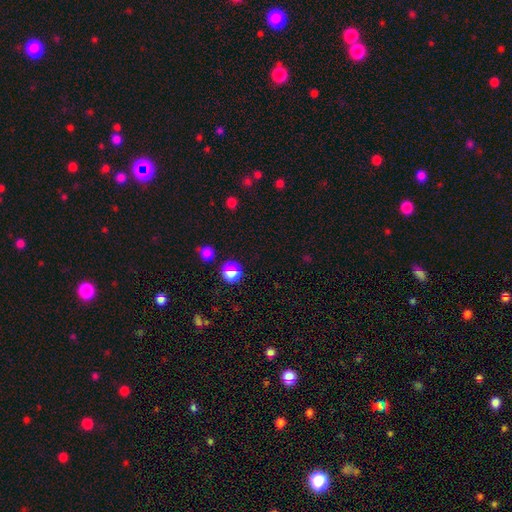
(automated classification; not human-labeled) Morphology: type=star or artifact (58%).